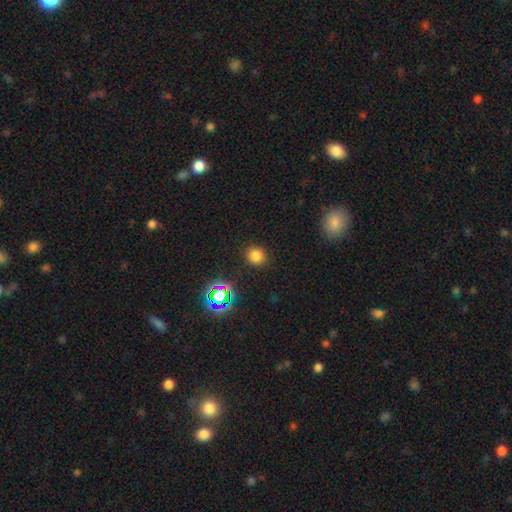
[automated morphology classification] smooth 76%, star or artifact 19%, featured or disk 5%. Down the decision tree: how rounded — round (87%); merging — none (89%).